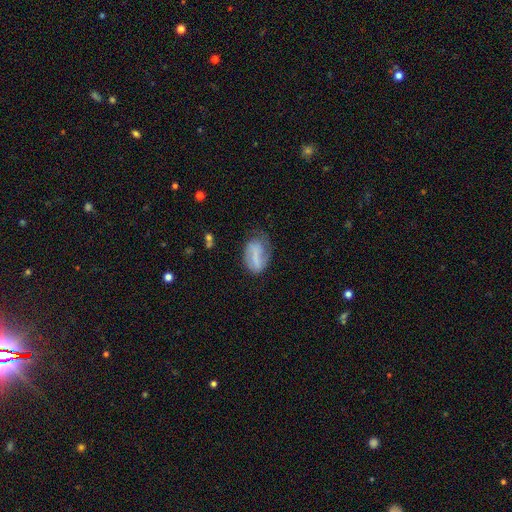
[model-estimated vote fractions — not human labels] Q: Smooth or featured?
A: featured or disk (48%); runner-up: smooth (43%)
Q: Merging?
A: none (48%); runner-up: minor disturbance (31%)